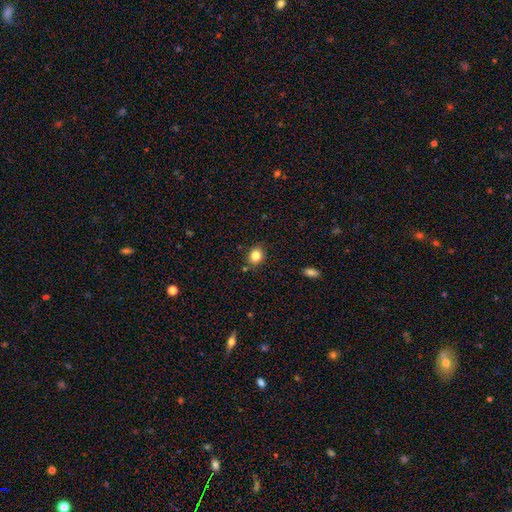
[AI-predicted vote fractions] Morphology: type=smooth (83%); roundness=round (61%); merging=none (84%).